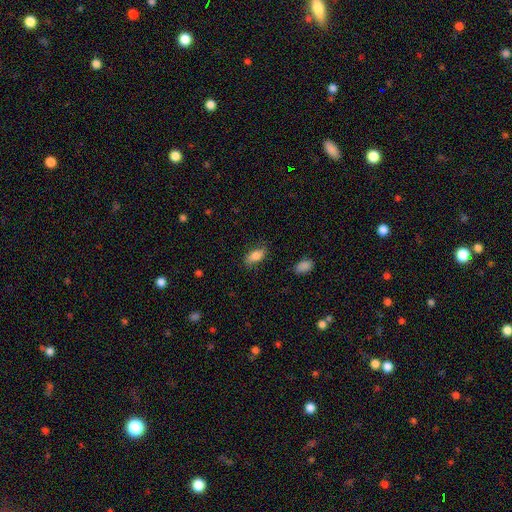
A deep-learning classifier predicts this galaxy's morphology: A smooth galaxy with no disk features (82%) that is in between round and cigar-shaped (87%). Merging: none (77%).